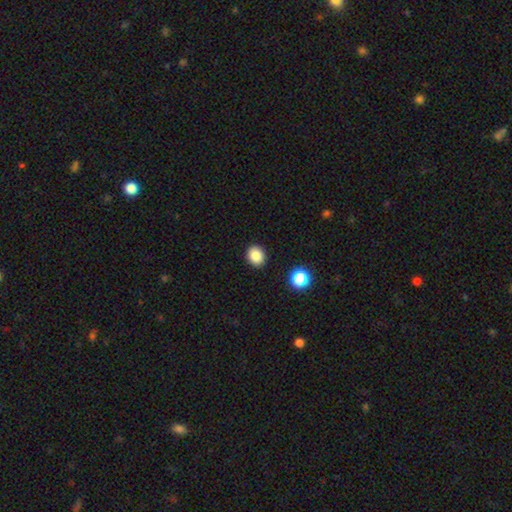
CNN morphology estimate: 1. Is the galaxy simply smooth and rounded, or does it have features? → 86% smooth, 10% star or artifact, 4% featured or disk.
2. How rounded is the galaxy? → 60% round, 39% in between, 1% cigar-shaped.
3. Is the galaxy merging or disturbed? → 90% none, 6% minor disturbance, 2% major disturbance, 2% merger.